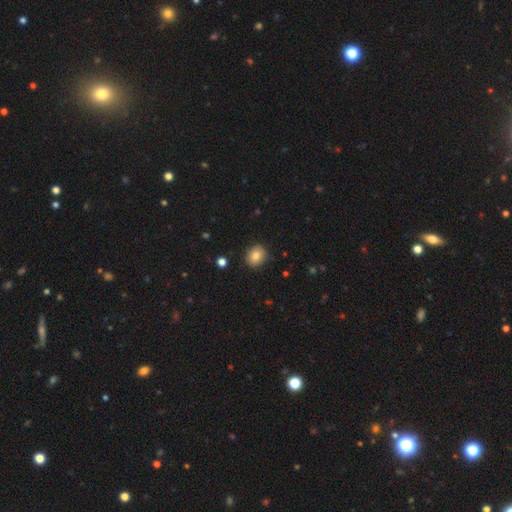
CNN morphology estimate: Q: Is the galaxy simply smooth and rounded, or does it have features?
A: smooth — 82%.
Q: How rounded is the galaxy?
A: round — 59%.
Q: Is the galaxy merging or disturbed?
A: none — 88%.